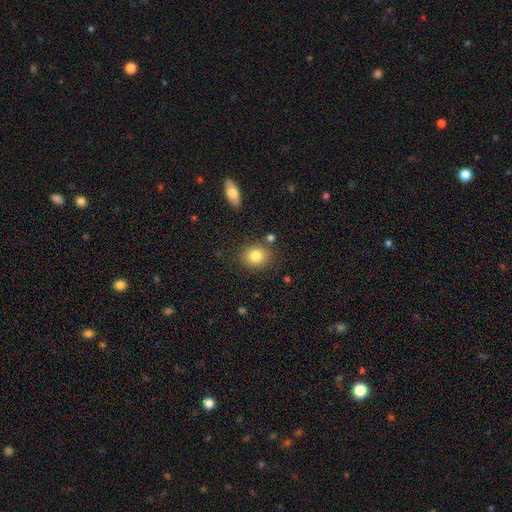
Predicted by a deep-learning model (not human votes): Morphology: type=smooth (82%); roundness=round (70%); merging=none (81%).